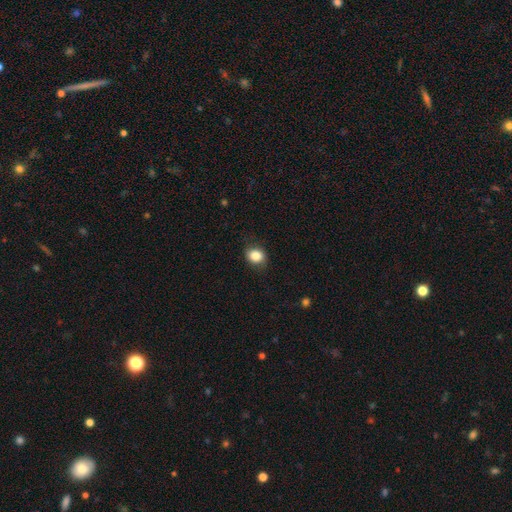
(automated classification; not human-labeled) The model was most divided on "how rounded": round: 53%, in between: 46%, cigar-shaped: 1%. More confident: smooth or featured — smooth (84%); merging — none (81%).